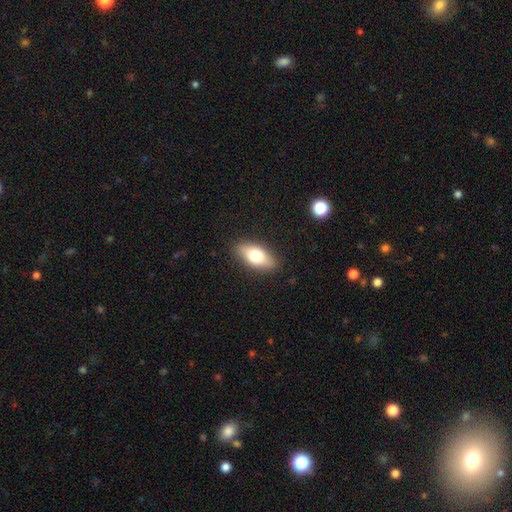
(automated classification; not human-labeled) smooth_or_featured: smooth (p=0.73) [alt: featured or disk p=0.20]
how_rounded: in between (p=0.84) [alt: cigar-shaped p=0.12]
merging: none (p=0.87) [alt: minor disturbance p=0.10]